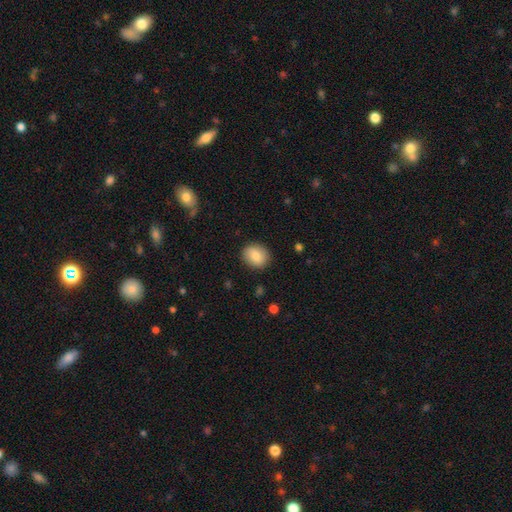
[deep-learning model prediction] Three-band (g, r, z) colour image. It shows a smooth galaxy with no disk features (83%) that is round (55%). Merging: none (86%).